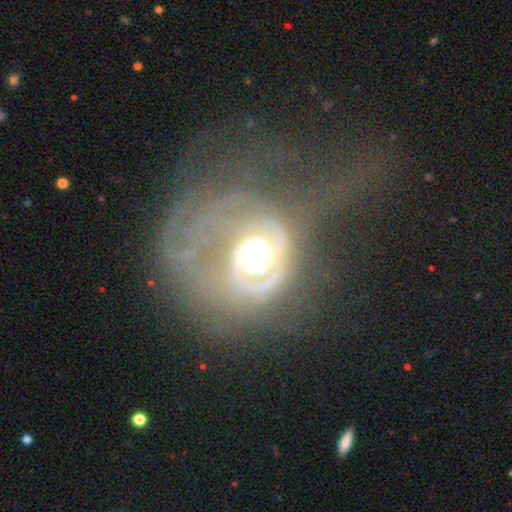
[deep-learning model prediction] A featured or disk galaxy (79%) with no bar (77%), tight (51%) spiral arms (74%) and a moderate central bulge (60%). Merging: major disturbance (54%).